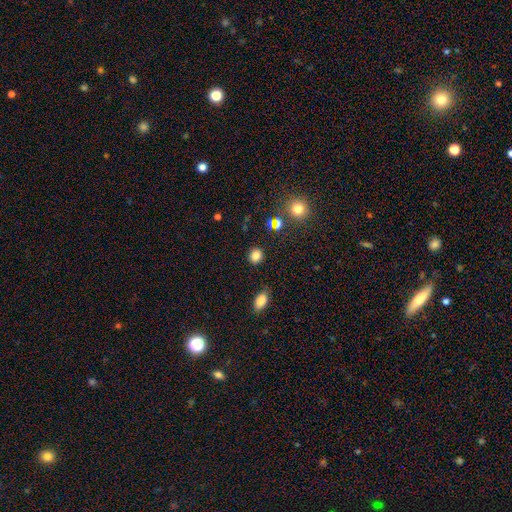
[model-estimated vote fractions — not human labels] Smooth or featured?
  - smooth: 82% *
  - star or artifact: 13%
  - featured or disk: 4%
How rounded?
  - round: 75% *
  - in between: 24%
  - cigar-shaped: 1%
Merging?
  - none: 87% *
  - minor disturbance: 8%
  - major disturbance: 3%
  - merger: 2%